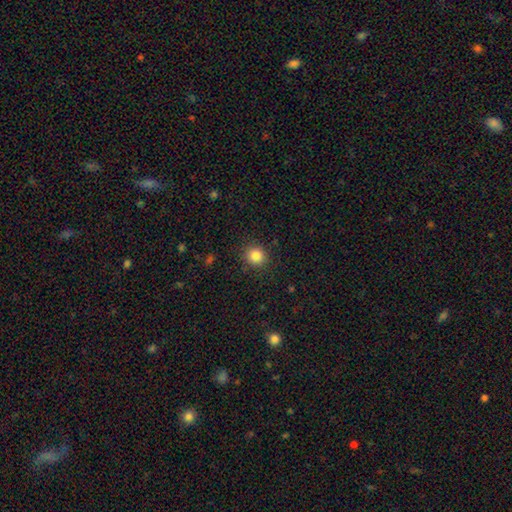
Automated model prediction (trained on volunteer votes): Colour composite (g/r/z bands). It shows a smooth galaxy with no disk features (84%) that is round (88%). Merging: none (89%).